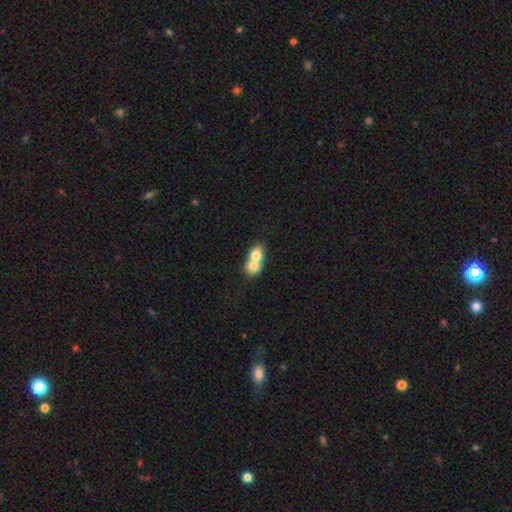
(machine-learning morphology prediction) A smooth galaxy with no disk features (74%) that is round (55%). Merging: merger (78%).